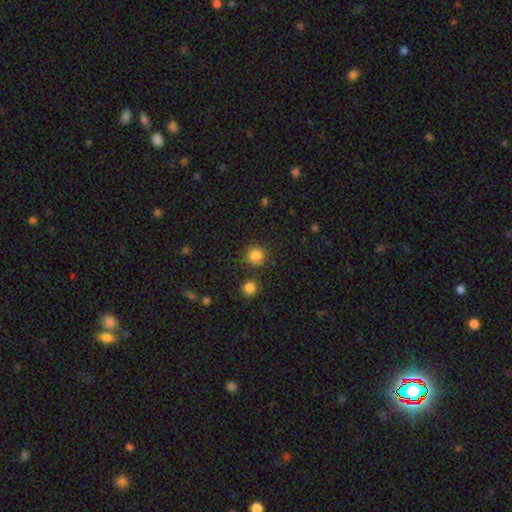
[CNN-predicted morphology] smooth_or_featured: smooth (p=0.84) [alt: star or artifact p=0.12]
how_rounded: round (p=0.93) [alt: in between p=0.06]
merging: none (p=0.85) [alt: minor disturbance p=0.07]